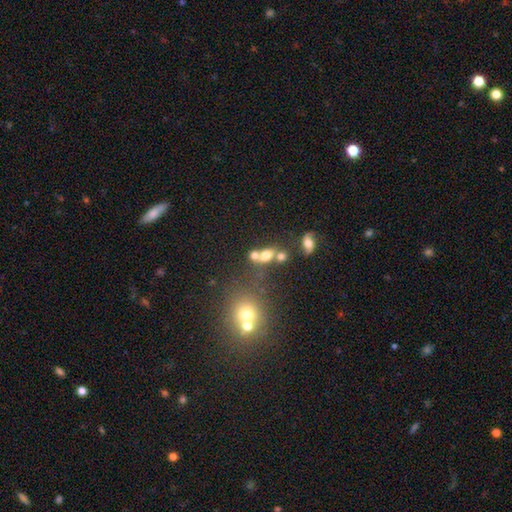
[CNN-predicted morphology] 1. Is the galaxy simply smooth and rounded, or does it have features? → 48% smooth, 38% star or artifact, 14% featured or disk.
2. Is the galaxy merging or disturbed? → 54% none, 32% merger, 9% minor disturbance, 5% major disturbance.